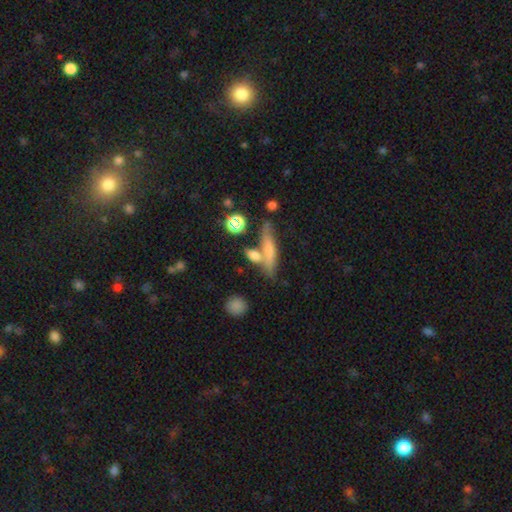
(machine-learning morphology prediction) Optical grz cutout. It shows a smooth galaxy with no disk features (60%) that is cigar-shaped (72%). Merging: none (58%).